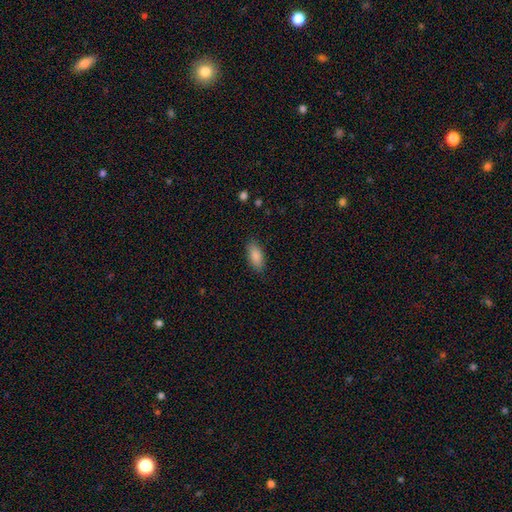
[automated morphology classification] Smooth or featured?
  - smooth: 88% *
  - star or artifact: 7%
  - featured or disk: 5%
How rounded?
  - in between: 87% *
  - cigar-shaped: 11%
  - round: 2%
Merging?
  - none: 86% *
  - minor disturbance: 10%
  - major disturbance: 3%
  - merger: 1%